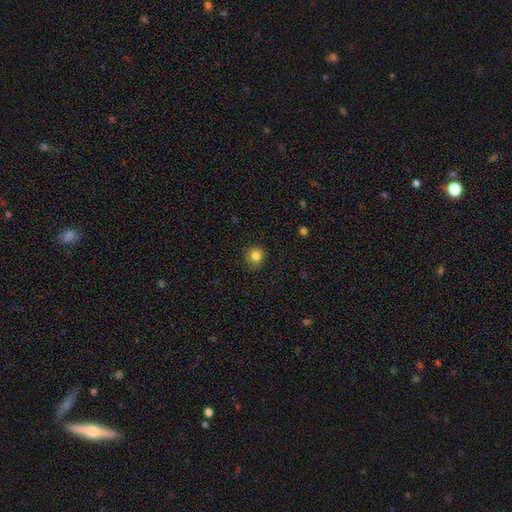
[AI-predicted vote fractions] Smooth or featured? smooth (82%)
How rounded? round (89%)
Merging? none (84%)